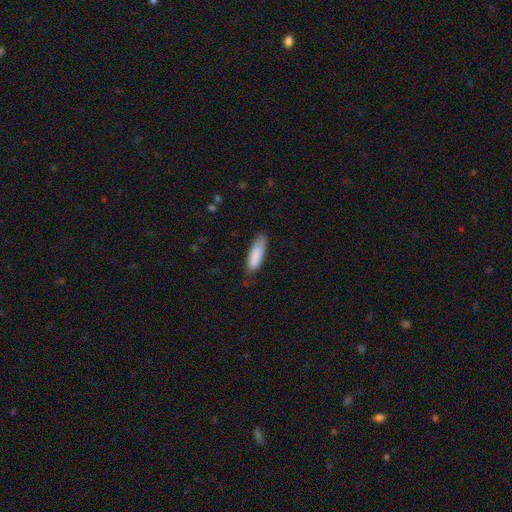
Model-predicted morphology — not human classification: This is clearly a smooth galaxy (87%). How rounded: possibly cigar-shaped (53%). Merging: likely none (73%).